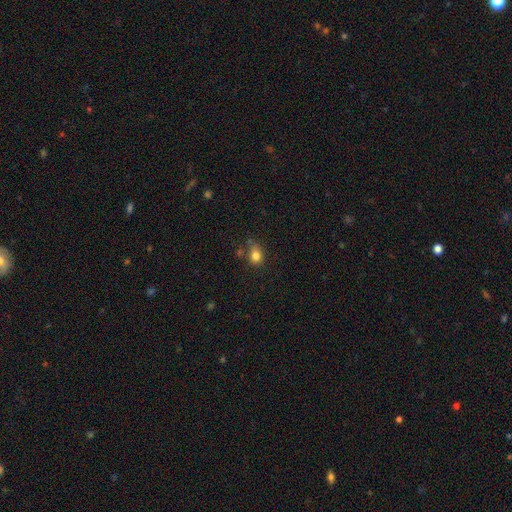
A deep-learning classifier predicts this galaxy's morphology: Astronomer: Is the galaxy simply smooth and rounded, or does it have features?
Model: smooth — 81%.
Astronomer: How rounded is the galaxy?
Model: in between — 56% (runner-up: round, 42%).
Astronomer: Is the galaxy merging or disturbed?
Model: none — 56%.